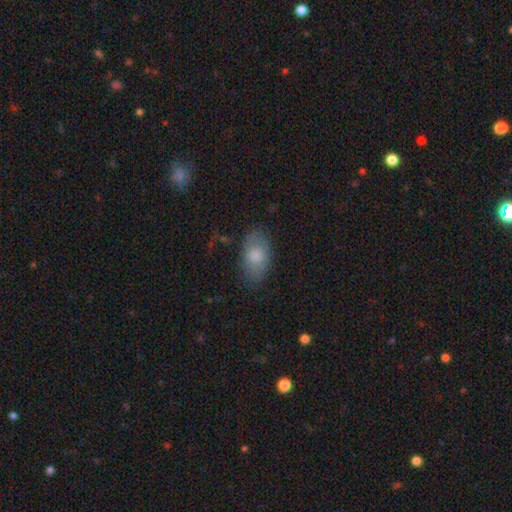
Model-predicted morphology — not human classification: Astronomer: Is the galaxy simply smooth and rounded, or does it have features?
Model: smooth — 79%.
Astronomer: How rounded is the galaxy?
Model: in between — 92%.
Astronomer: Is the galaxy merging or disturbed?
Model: none — 77%.